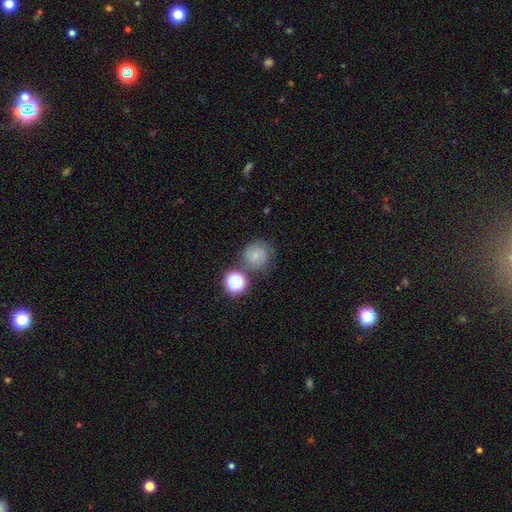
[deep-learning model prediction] A featured or disk galaxy (42%, tied with smooth).

Vote fractions:
- Smooth or featured? featured or disk: 42% (tied) / smooth: 42% (tied) / star or artifact: 16%
- Merging? none: 65% / minor disturbance: 17% / merger: 10% / major disturbance: 8%